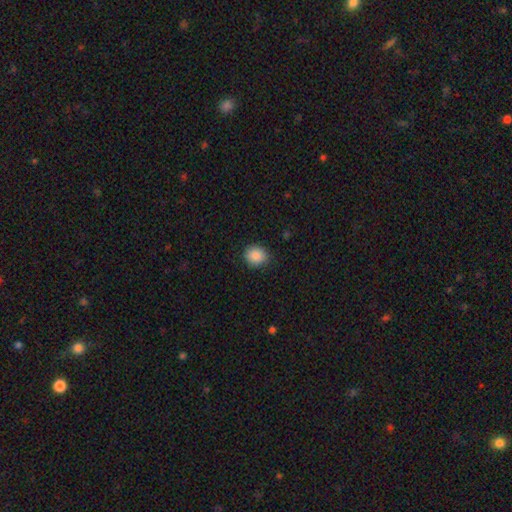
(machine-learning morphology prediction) A smooth galaxy with no disk features (88%) that is round (78%). Merging: none (87%).